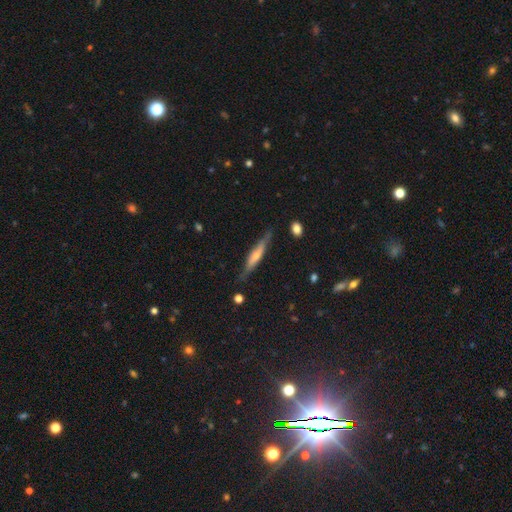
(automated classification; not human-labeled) Smooth or featured? Predicted: featured or disk (p=0.60). Edge-on disk? Predicted: yes (p=0.93). Edge-on bulge? Predicted: rounded (p=0.65). Merging? Predicted: none (p=0.81).